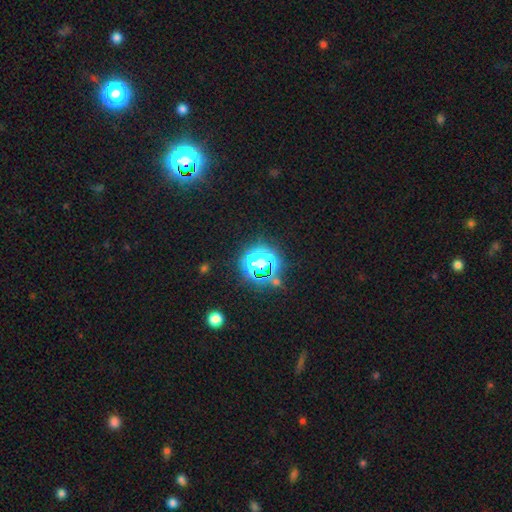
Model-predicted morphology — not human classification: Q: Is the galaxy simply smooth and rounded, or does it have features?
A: star or artifact — 65%.